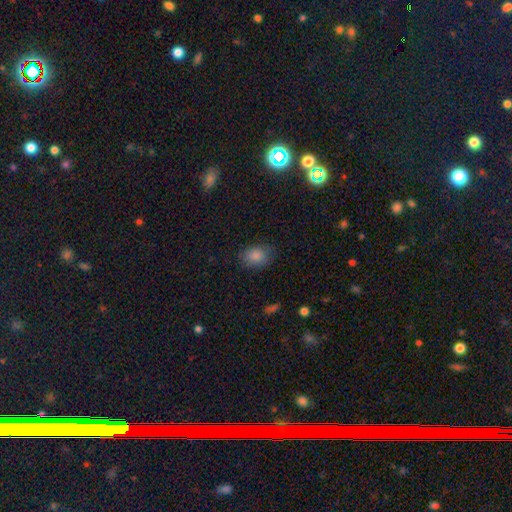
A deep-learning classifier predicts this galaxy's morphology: This appears to be a smooth galaxy with no disk features (86%) that is in between round and cigar-shaped (74%). Merging: none (79%).